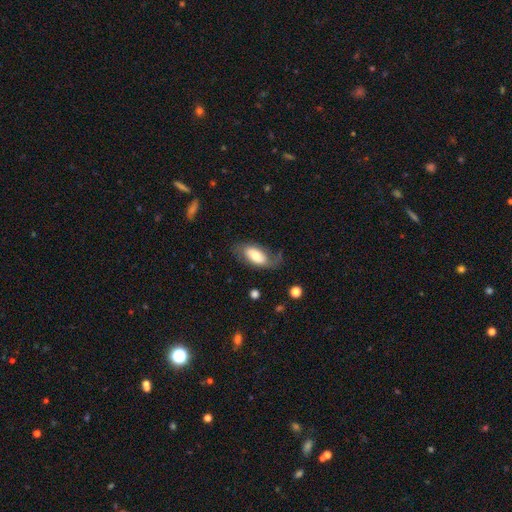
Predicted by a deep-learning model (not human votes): This appears to be a smooth galaxy with no disk features (52%) that is in between round and cigar-shaped (91%). Merging: none (54%).